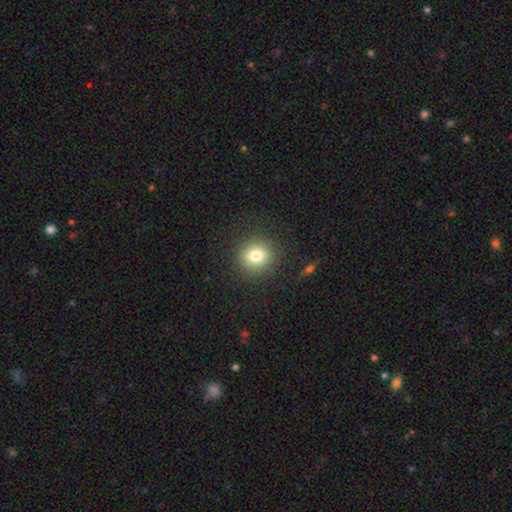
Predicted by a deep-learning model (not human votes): smooth 78%, star or artifact 13%, featured or disk 9%. Down the decision tree: how rounded — round (90%); merging — none (89%).